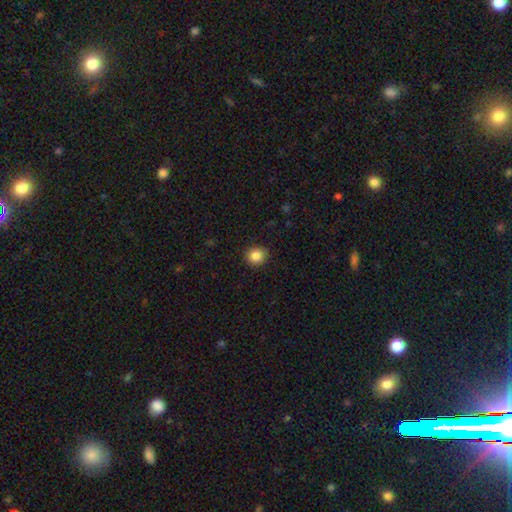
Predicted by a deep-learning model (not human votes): smooth 86%, star or artifact 10%, featured or disk 4%. Down the decision tree: how rounded — round (89%); merging — none (90%).